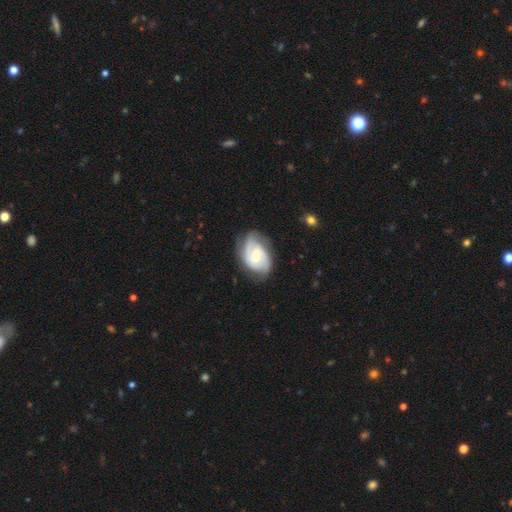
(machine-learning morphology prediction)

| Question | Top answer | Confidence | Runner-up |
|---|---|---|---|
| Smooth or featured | featured or disk | 83% | smooth (13%) |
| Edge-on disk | no | 97% | yes (3%) |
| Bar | weak | 47% | no (42%) |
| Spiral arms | yes | 96% | no (4%) |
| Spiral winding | medium | 44% | tight (43%) |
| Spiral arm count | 2 | 69% | 3 (12%) |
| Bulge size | moderate | 48% | small (46%) |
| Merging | none | 69% | minor disturbance (22%) |